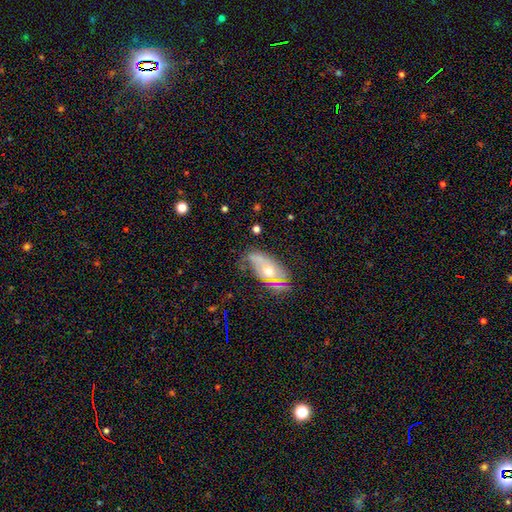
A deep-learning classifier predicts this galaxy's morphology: Smooth or featured? featured or disk (62%)
Edge-on disk? no (85%)
Bar? no (78%)
Spiral arms? yes (67%)
Bulge size? moderate (66%)
Merging? none (58%)